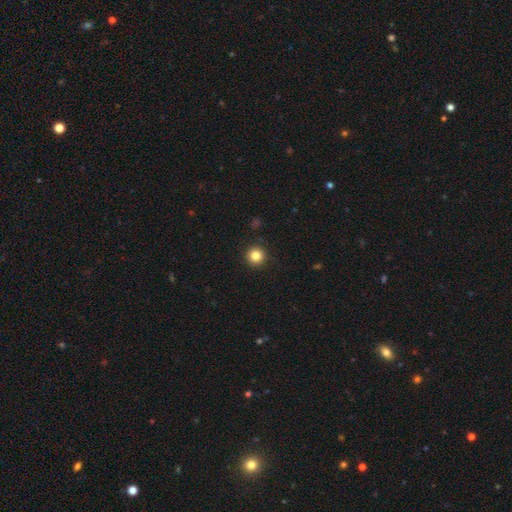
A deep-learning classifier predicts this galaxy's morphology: Smooth or featured? Predicted: smooth (p=0.84). How rounded? Predicted: round (p=0.96). Merging? Predicted: none (p=0.93).